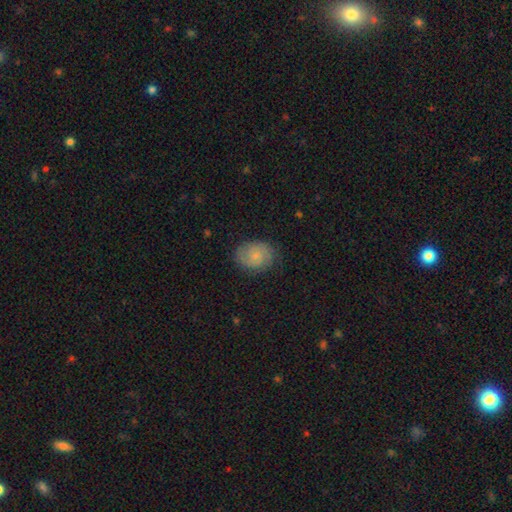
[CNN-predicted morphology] This is possibly a smooth galaxy (49%). Merging: likely none (78%).